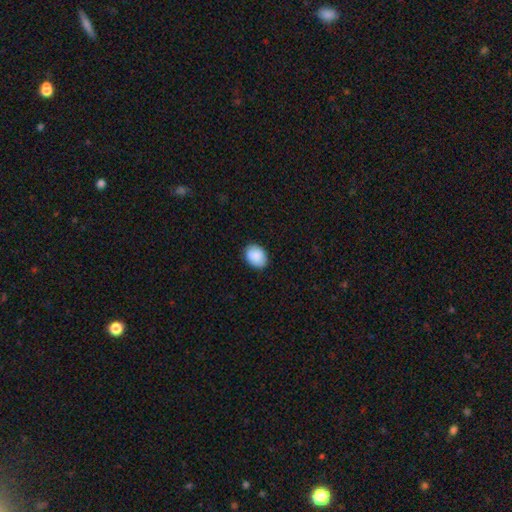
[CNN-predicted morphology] Overall: smooth (90%). How rounded: in between (73%). Merging: none (86%).